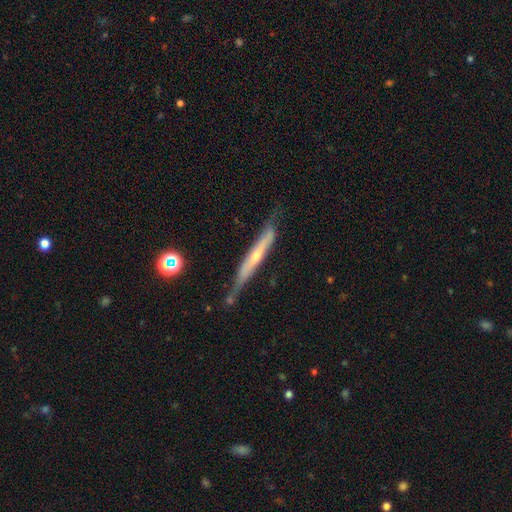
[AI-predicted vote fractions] A featured or disk galaxy (70%) viewed edge-on (93%) with a rounded central bulge (63%).

Vote fractions:
- Smooth or featured? featured or disk: 70% / smooth: 23% / star or artifact: 8%
- Edge-on disk? yes: 93% / no: 7%
- Edge-on bulge? rounded: 63% / none: 32% / boxy: 5%
- Merging? none: 74% / minor disturbance: 19% / major disturbance: 4% / merger: 3%